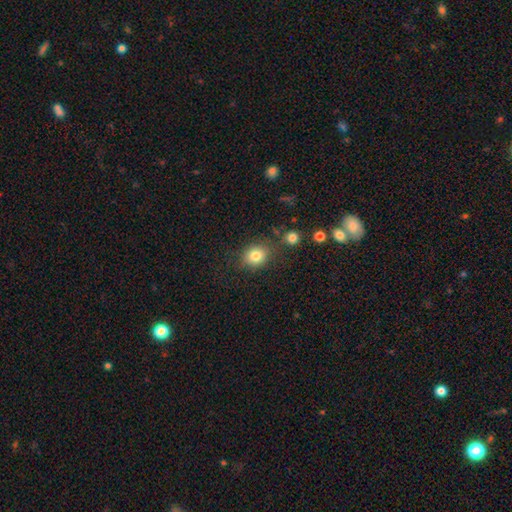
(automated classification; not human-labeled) Q: Smooth or featured?
A: smooth (82%); runner-up: star or artifact (11%)
Q: How rounded?
A: round (62%); runner-up: in between (37%)
Q: Merging?
A: none (74%); runner-up: minor disturbance (14%)